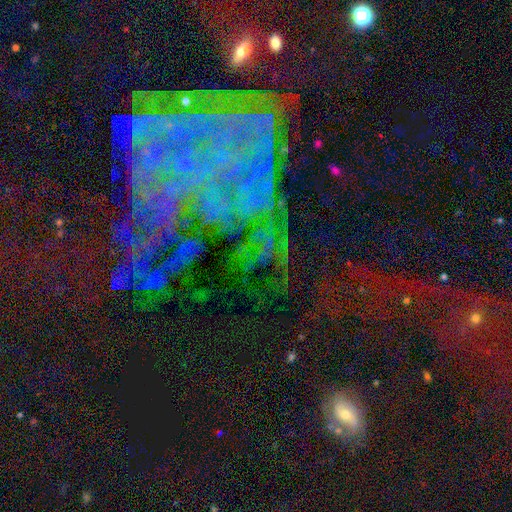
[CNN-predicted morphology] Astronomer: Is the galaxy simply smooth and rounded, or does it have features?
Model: star or artifact — 48% (runner-up: featured or disk, 36%).